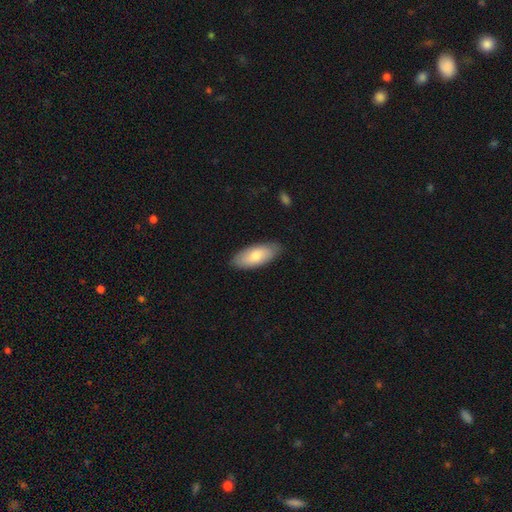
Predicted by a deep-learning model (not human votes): smooth-or-featured: smooth: 78% | featured or disk: 17% | star or artifact: 5%
  how-rounded: in between: 86% | cigar-shaped: 13% | round: 2%
  merging: none: 86% | minor disturbance: 11% | major disturbance: 2% | merger: 1%